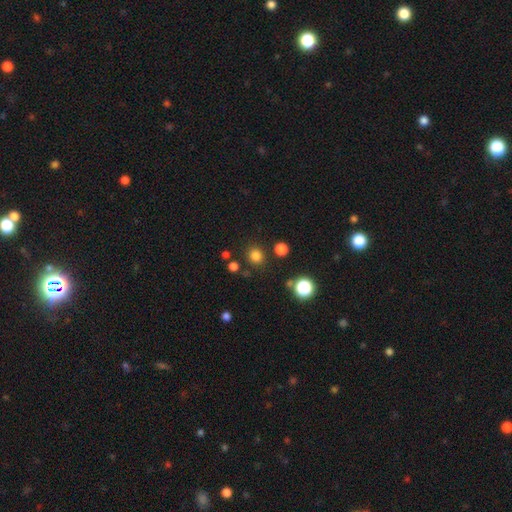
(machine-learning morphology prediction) smooth-or-featured: smooth: 80% | star or artifact: 16% | featured or disk: 4%
  how-rounded: round: 90% | in between: 9% | cigar-shaped: 1%
  merging: none: 86% | minor disturbance: 7% | merger: 4% | major disturbance: 3%